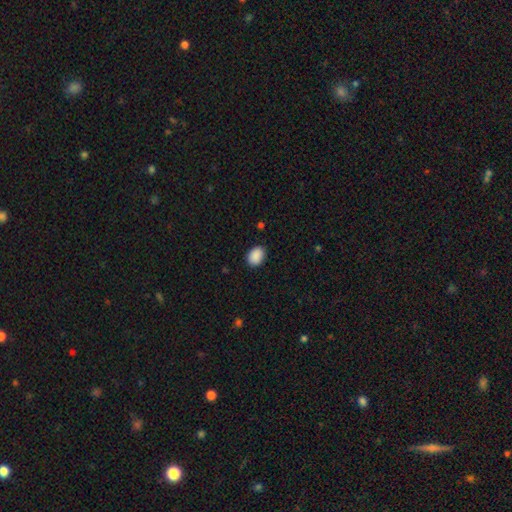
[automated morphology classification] A smooth galaxy with no disk features (90%) that is in between round and cigar-shaped (71%).

Vote fractions:
- Smooth or featured? smooth: 90% / star or artifact: 8% / featured or disk: 3%
- How rounded? in between: 71% / round: 28% / cigar-shaped: 1%
- Merging? none: 86% / minor disturbance: 10% / major disturbance: 2% / merger: 1%